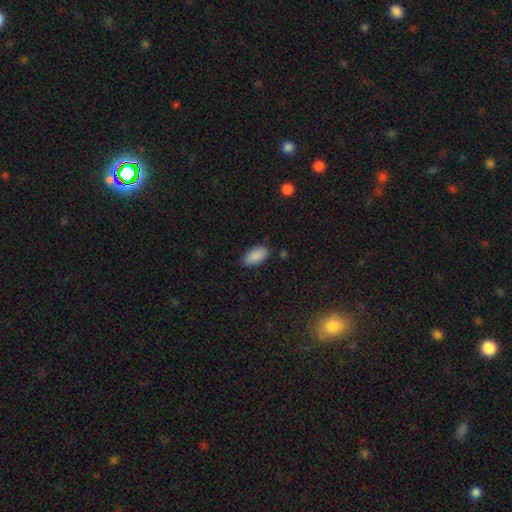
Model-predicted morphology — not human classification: Smooth or featured: smooth — 89% (star or artifact — 7%)
How rounded: in between — 93% (cigar-shaped — 4%)
Merging: none — 83% (minor disturbance — 12%)